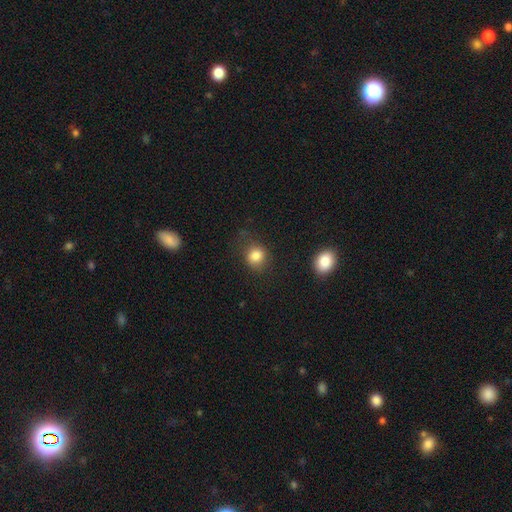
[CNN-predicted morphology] This appears to be a smooth galaxy with no disk features (83%) that is round (72%). Merging: none (71%).